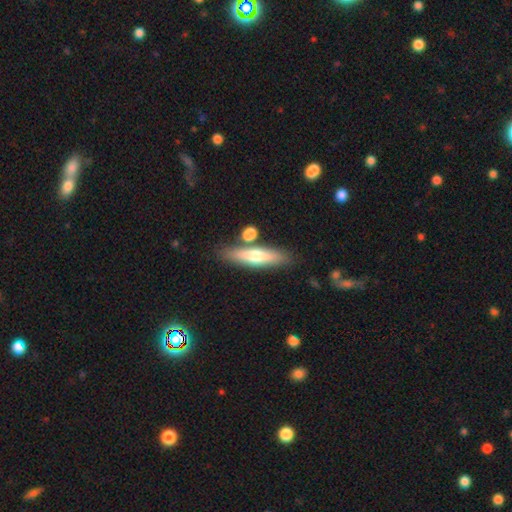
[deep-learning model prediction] Smooth or featured? smooth (60%)
How rounded? cigar-shaped (75%)
Merging? none (76%)